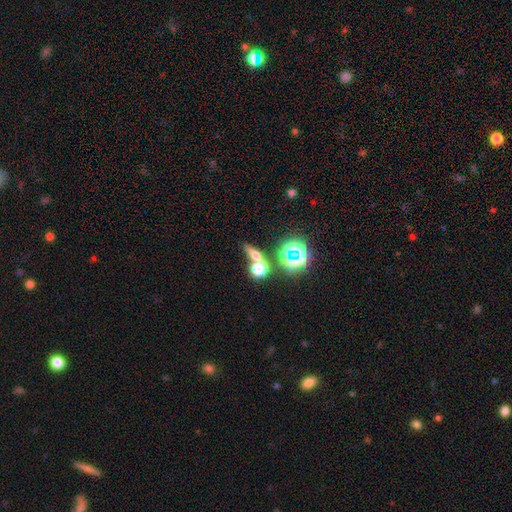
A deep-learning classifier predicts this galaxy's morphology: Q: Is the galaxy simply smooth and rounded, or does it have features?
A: smooth — 49%.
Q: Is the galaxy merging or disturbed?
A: none — 62%.